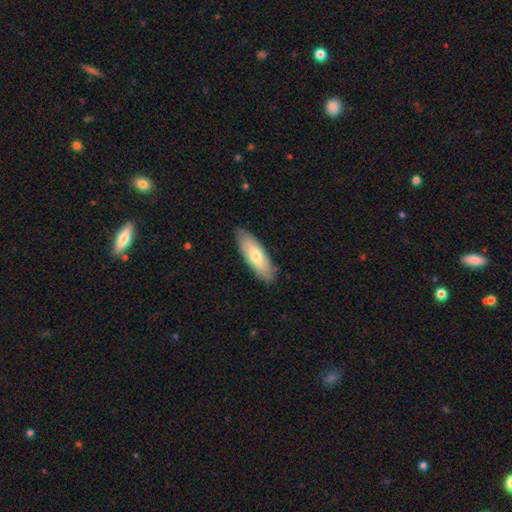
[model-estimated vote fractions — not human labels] Q: Smooth or featured?
A: smooth (69%); runner-up: featured or disk (25%)
Q: How rounded?
A: in between (60%); runner-up: cigar-shaped (39%)
Q: Merging?
A: none (86%); runner-up: minor disturbance (11%)